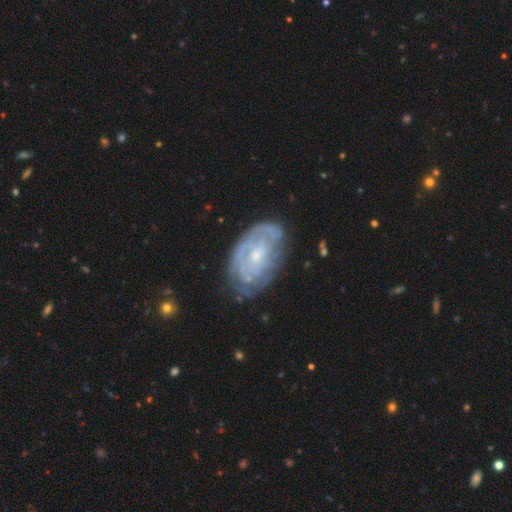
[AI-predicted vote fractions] Smooth or featured? Predicted: featured or disk (p=0.72). Edge-on disk? Predicted: no (p=0.95). Bar? Predicted: no (p=0.74). Spiral arms? Predicted: yes (p=0.70). Bulge size? Predicted: small (p=0.65). Merging? Predicted: none (p=0.66).